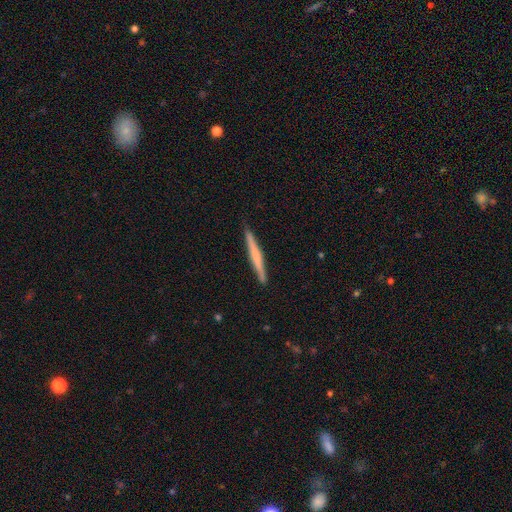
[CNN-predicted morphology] featured or disk 48%, smooth 46%, star or artifact 5%. Down the decision tree: merging — none (90%).